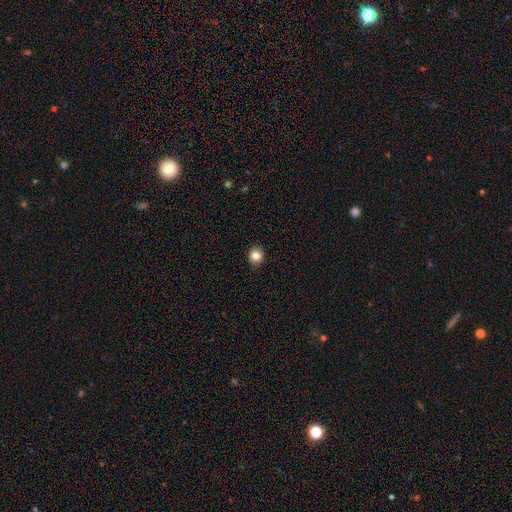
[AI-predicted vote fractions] smooth_or_featured: smooth (p=0.85) [alt: star or artifact p=0.10]
how_rounded: round (p=0.82) [alt: in between p=0.17]
merging: none (p=0.90) [alt: minor disturbance p=0.08]